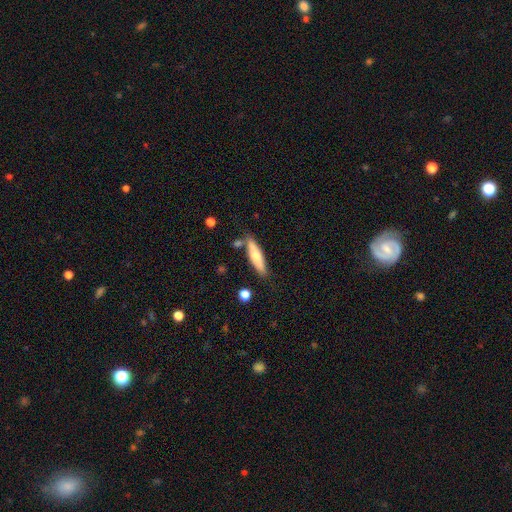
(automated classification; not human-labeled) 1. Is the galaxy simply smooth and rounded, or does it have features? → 55% smooth, 39% featured or disk, 6% star or artifact.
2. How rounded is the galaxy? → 72% cigar-shaped, 26% in between, 2% round.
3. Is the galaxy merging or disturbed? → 78% none, 13% minor disturbance, 6% merger, 3% major disturbance.